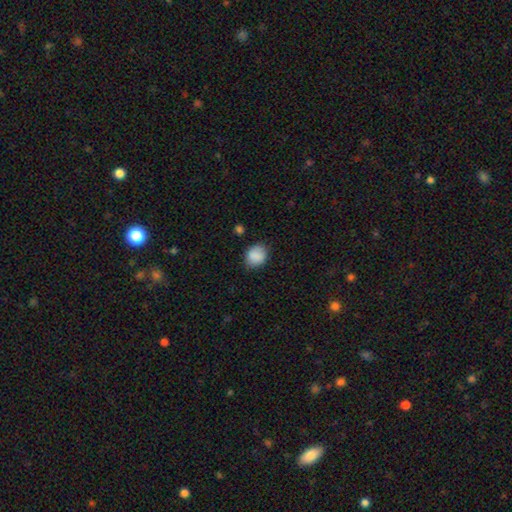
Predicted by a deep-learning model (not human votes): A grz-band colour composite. It shows a smooth galaxy with no disk features (88%) that is round (57%). Merging: none (78%).